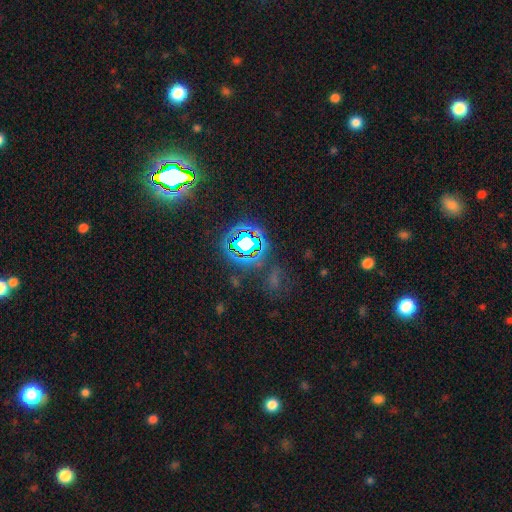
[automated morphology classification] Smooth or featured? star or artifact (79%)